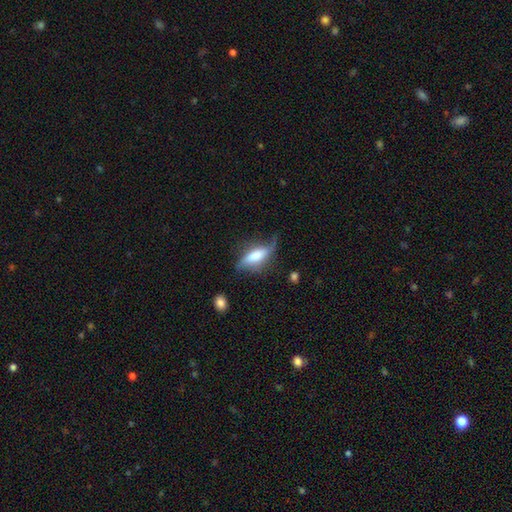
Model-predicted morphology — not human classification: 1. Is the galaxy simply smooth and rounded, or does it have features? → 53% smooth, 39% featured or disk, 7% star or artifact.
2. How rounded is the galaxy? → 63% in between, 33% cigar-shaped, 3% round.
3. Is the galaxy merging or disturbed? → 42% none, 35% minor disturbance, 20% major disturbance, 4% merger.